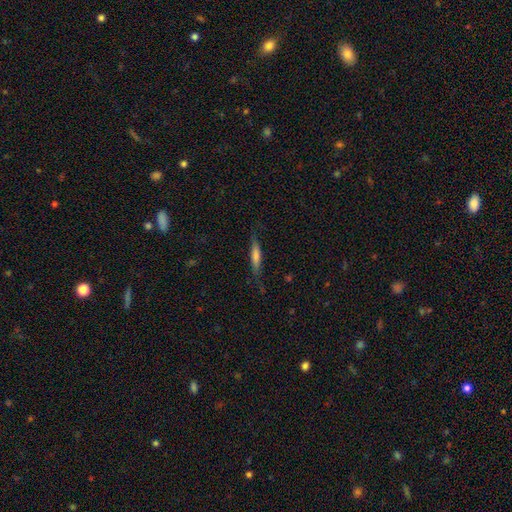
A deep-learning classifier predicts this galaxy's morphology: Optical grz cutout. It shows a smooth galaxy with no disk features (54%) that is cigar-shaped (88%). Merging: none (78%).